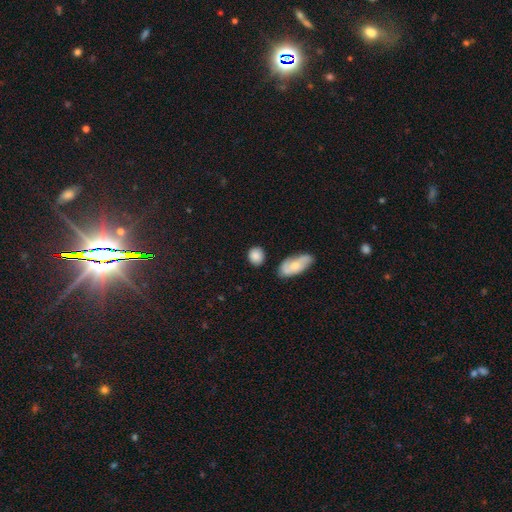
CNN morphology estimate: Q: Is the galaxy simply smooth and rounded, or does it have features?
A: smooth — 85%.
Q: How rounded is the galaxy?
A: round — 59%.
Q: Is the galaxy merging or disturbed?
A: none — 77%.